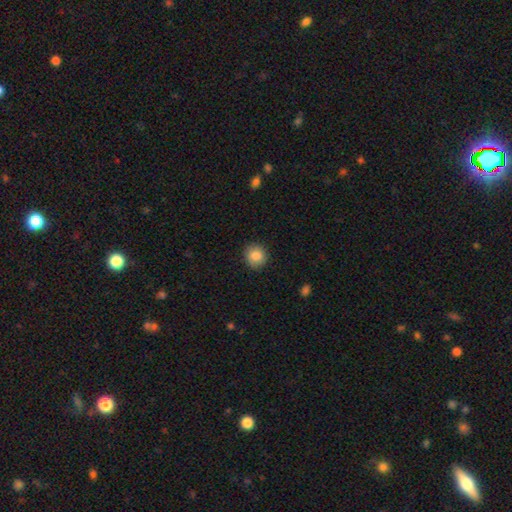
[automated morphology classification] smooth 85%, star or artifact 9%, featured or disk 6%. Down the decision tree: how rounded — round (86%); merging — none (88%).